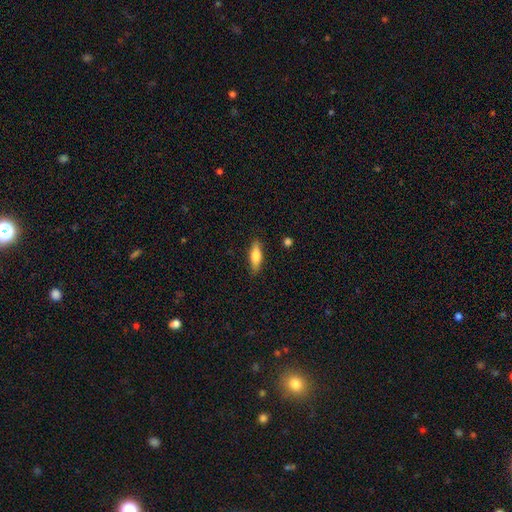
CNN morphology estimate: A smooth galaxy with no disk features (75%) that is in between round and cigar-shaped (54%). Merging: none (85%).